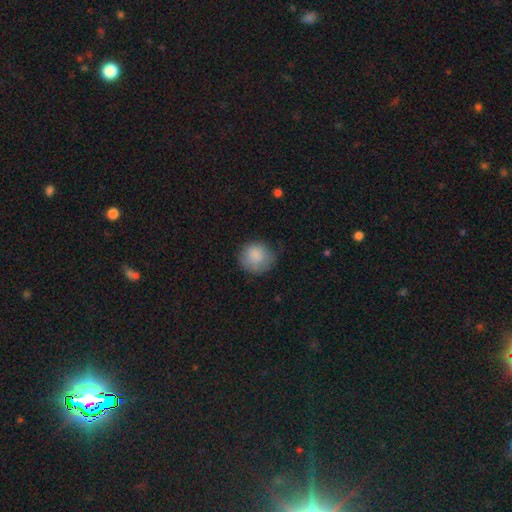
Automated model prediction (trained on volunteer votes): Morphology: type=smooth (85%); roundness=round (87%); merging=none (70%).